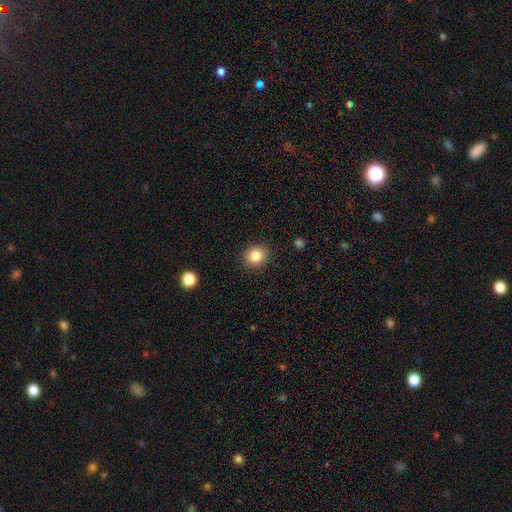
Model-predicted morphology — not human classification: Smooth or featured: smooth — 83% (star or artifact — 10%)
How rounded: round — 78% (in between — 21%)
Merging: none — 89% (minor disturbance — 7%)